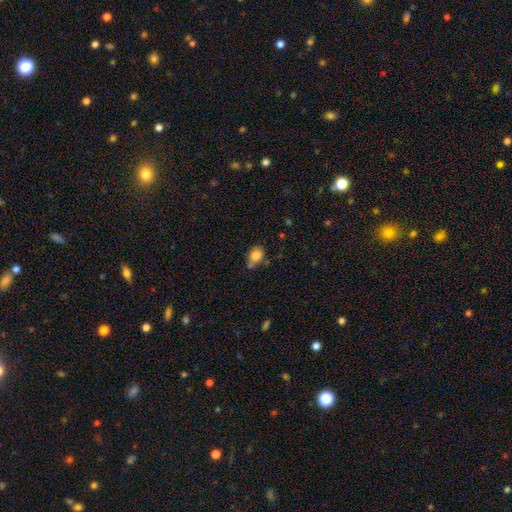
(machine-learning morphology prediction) Smooth or featured: smooth — 82% (star or artifact — 10%)
How rounded: in between — 62% (round — 37%)
Merging: none — 53% (minor disturbance — 24%)